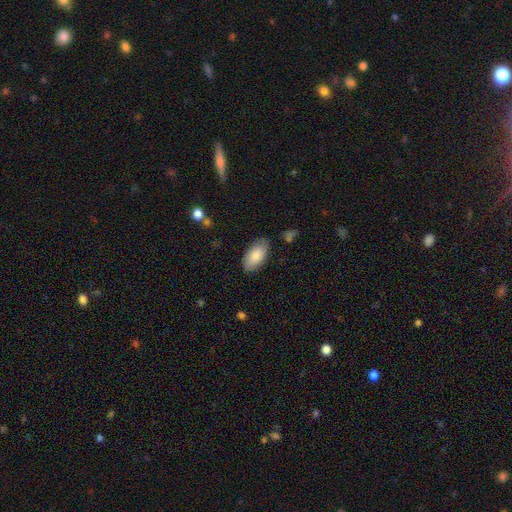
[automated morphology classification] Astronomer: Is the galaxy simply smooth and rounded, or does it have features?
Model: smooth — 81%.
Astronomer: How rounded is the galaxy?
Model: in between — 95%.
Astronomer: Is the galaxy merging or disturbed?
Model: none — 79%.